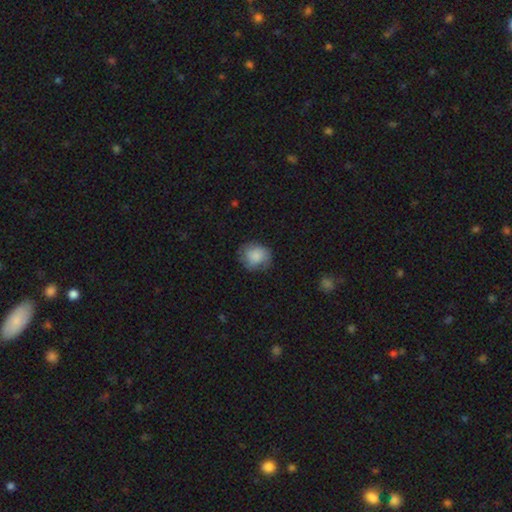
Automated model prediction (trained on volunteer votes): The model was most divided on "merging": none: 67%, minor disturbance: 24%, major disturbance: 8%, merger: 1%. More confident: smooth or featured — smooth (79%); how rounded — round (72%).